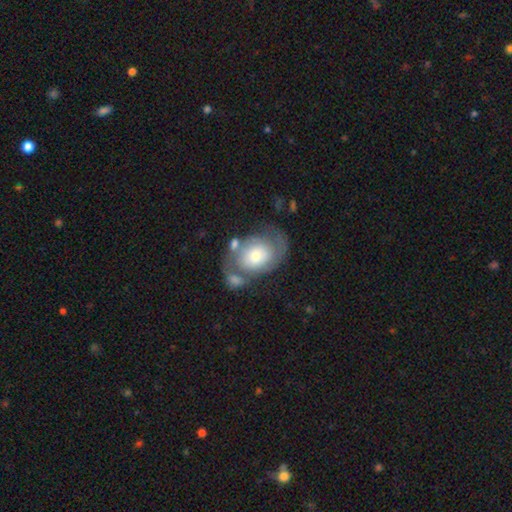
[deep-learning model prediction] smooth-or-featured: featured or disk: 59% | smooth: 34% | star or artifact: 7%
  disk-edge-on: no: 96% | yes: 4%
    bar: no: 78% | weak: 18% | strong: 4%
    has-spiral-arms: yes: 75% | no: 25%
    bulge-size: moderate: 45% | small: 39% | large: 11% | dominant: 3% | none: 2%
  merging: none: 44% | minor disturbance: 20% | merger: 19% | major disturbance: 17%